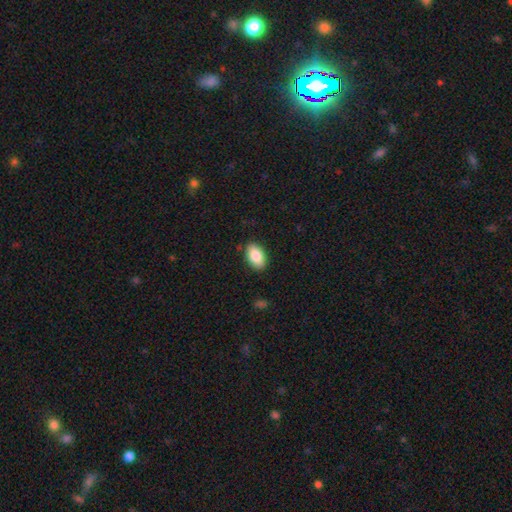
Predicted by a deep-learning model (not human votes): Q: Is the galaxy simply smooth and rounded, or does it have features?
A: smooth — 85%.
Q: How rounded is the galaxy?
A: in between — 92%.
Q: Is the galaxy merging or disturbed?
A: none — 87%.